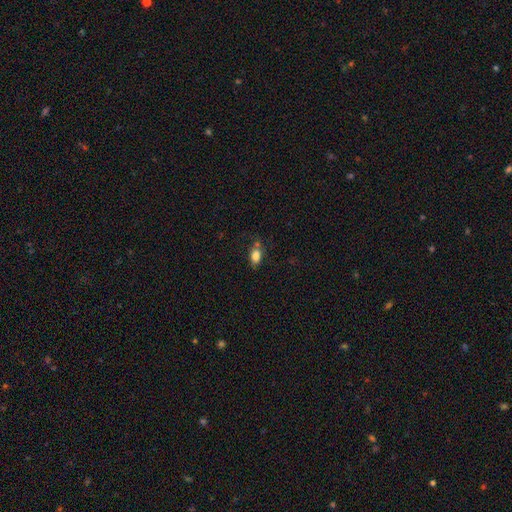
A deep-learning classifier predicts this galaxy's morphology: Overall: smooth (82%). How rounded: in between (84%). Merging: none (57%; minor disturbance 22%).